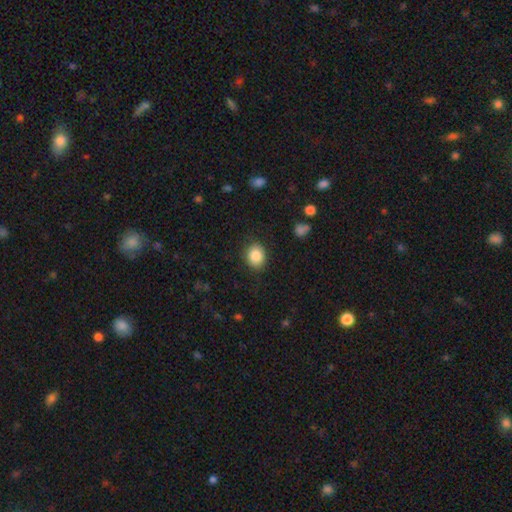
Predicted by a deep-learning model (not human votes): Smooth or featured? smooth (86%)
How rounded? round (52%)
Merging? none (86%)